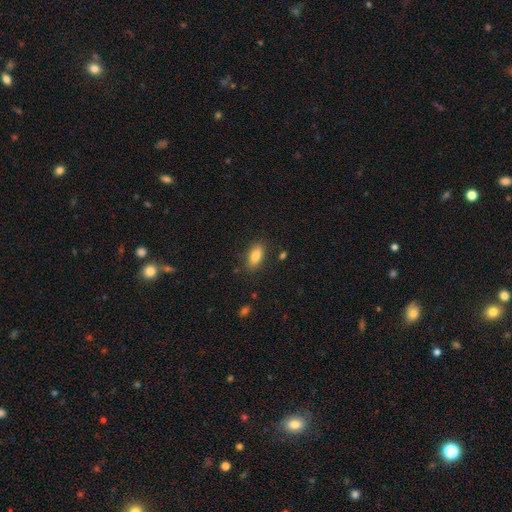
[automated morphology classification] smooth-or-featured: smooth: 84% | featured or disk: 8% | star or artifact: 8%
  how-rounded: in between: 85% | cigar-shaped: 12% | round: 3%
  merging: none: 84% | minor disturbance: 11% | major disturbance: 3% | merger: 2%